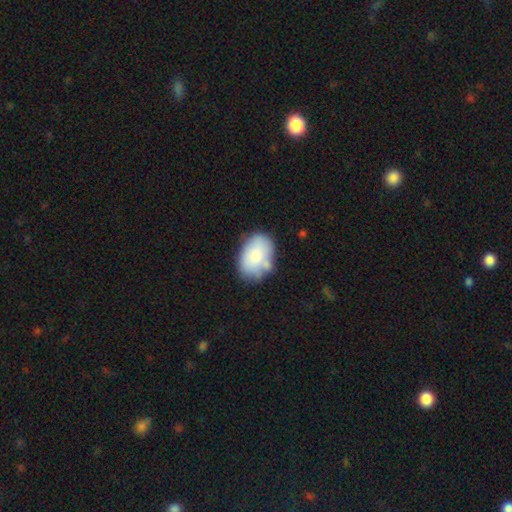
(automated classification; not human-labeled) Smooth or featured: smooth — 79% (featured or disk — 15%)
How rounded: in between — 85% (round — 14%)
Merging: none — 57% (minor disturbance — 24%)